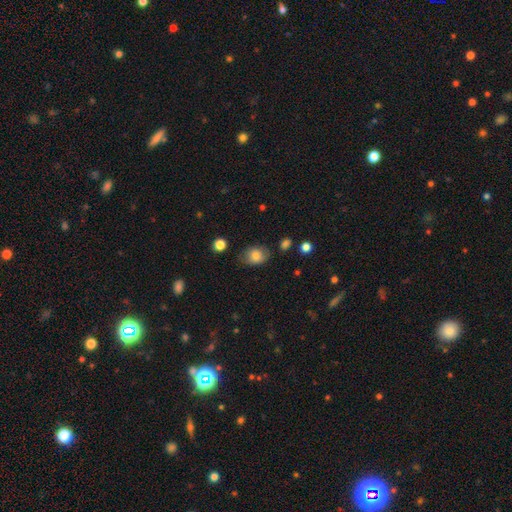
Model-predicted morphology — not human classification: Smooth or featured: smooth — 78% (featured or disk — 13%)
How rounded: in between — 70% (round — 29%)
Merging: none — 71% (minor disturbance — 21%)